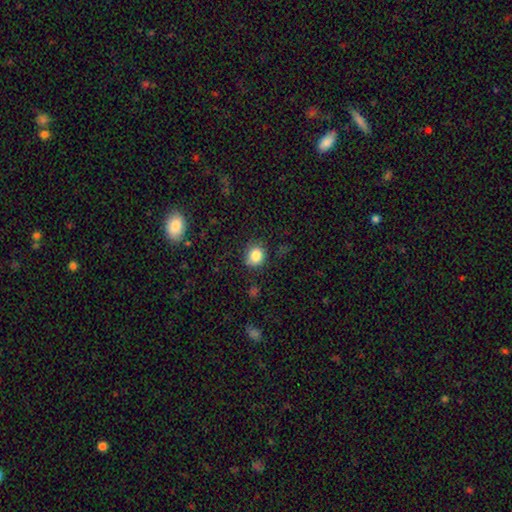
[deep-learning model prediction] smooth-or-featured: smooth: 84% | star or artifact: 10% | featured or disk: 5%
  how-rounded: round: 73% | in between: 26% | cigar-shaped: 1%
  merging: none: 80% | minor disturbance: 14% | major disturbance: 4% | merger: 2%